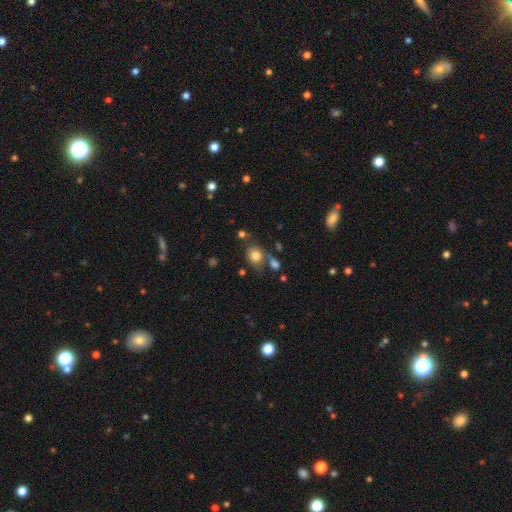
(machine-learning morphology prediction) Smooth or featured? smooth (79%)
How rounded? round (54%)
Merging? none (59%)